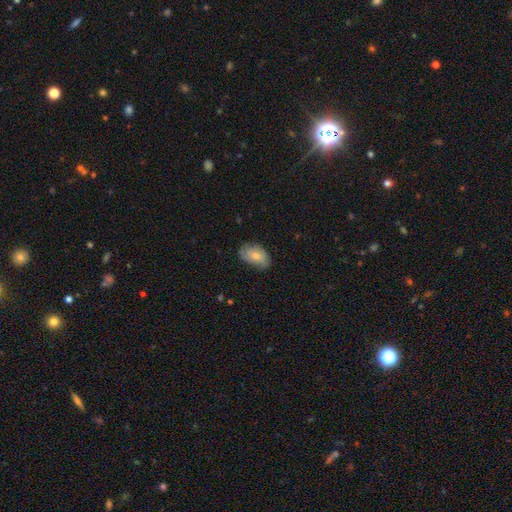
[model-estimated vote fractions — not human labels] smooth_or_featured: smooth (p=0.66) [alt: featured or disk p=0.28]
how_rounded: in between (p=0.91) [alt: round p=0.08]
merging: none (p=0.69) [alt: minor disturbance p=0.25]